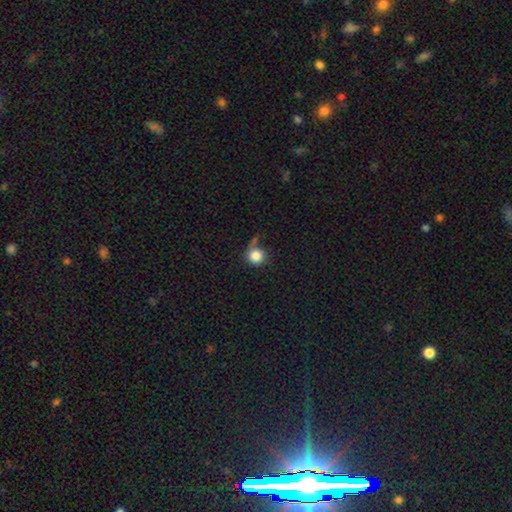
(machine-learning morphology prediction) A smooth galaxy with no disk features (84%) that is round (90%). Merging: none (56%).